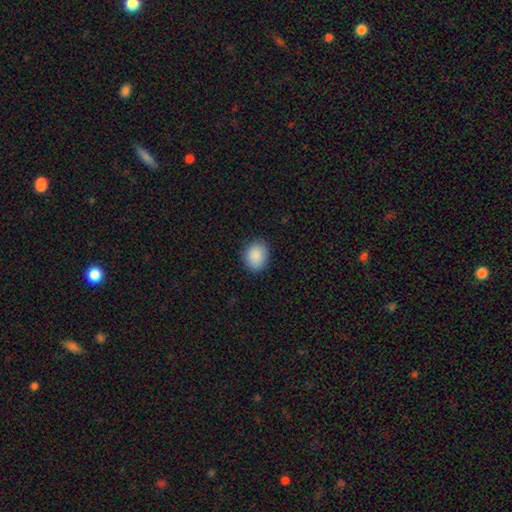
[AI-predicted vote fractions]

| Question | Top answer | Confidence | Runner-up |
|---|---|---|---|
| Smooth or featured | smooth | 89% | star or artifact (7%) |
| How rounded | in between | 50% | round (49%) |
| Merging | none | 87% | minor disturbance (10%) |